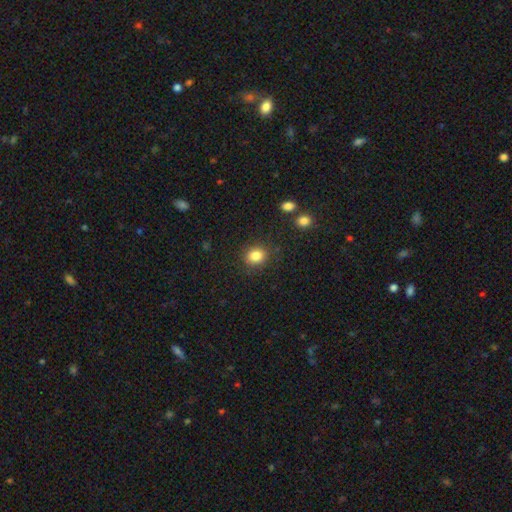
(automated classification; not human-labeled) smooth_or_featured: smooth (p=0.85) [alt: star or artifact p=0.10]
how_rounded: round (p=0.74) [alt: in between p=0.25]
merging: none (p=0.86) [alt: minor disturbance p=0.09]